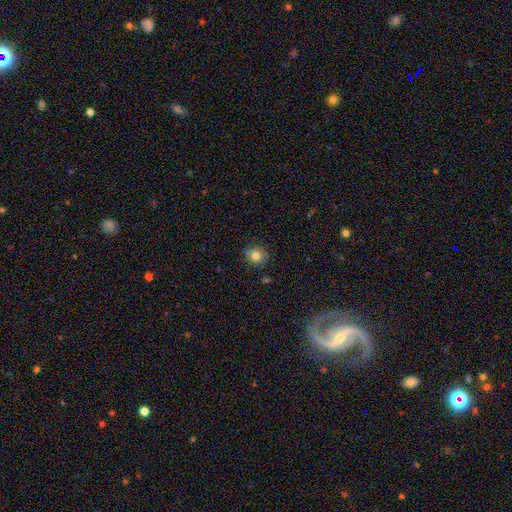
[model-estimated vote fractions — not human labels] Smooth or featured? smooth (79%)
How rounded? round (84%)
Merging? none (83%)